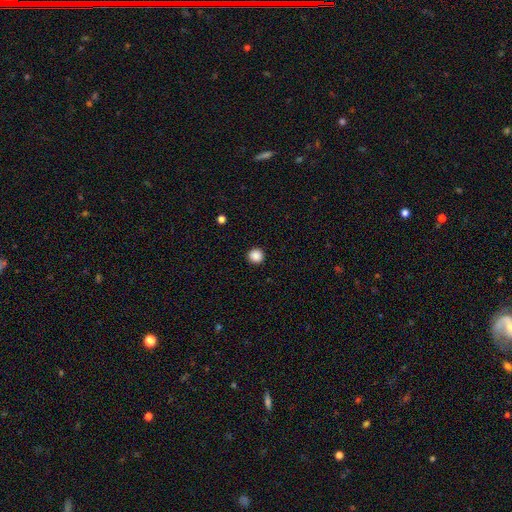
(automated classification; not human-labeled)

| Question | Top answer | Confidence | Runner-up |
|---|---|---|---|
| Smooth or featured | smooth | 88% | star or artifact (10%) |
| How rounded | round | 95% | in between (4%) |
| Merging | none | 93% | minor disturbance (4%) |